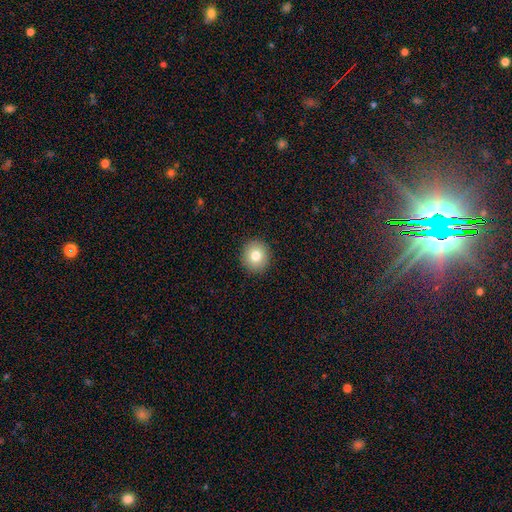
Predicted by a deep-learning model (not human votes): Smooth or featured? Predicted: smooth (p=0.79). How rounded? Predicted: round (p=0.87). Merging? Predicted: none (p=0.92).